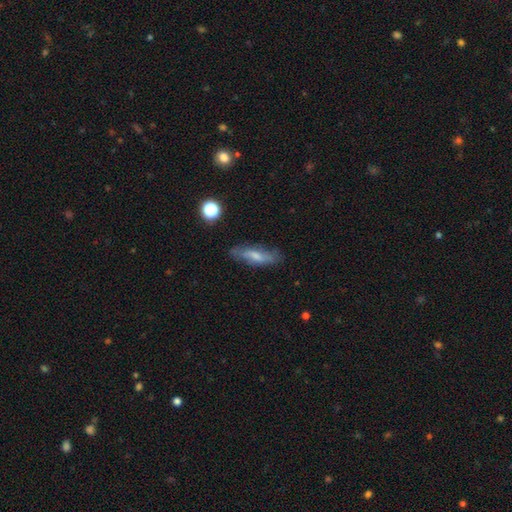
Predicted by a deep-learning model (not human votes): This is possibly a smooth galaxy (46%). Merging: likely none (78%).